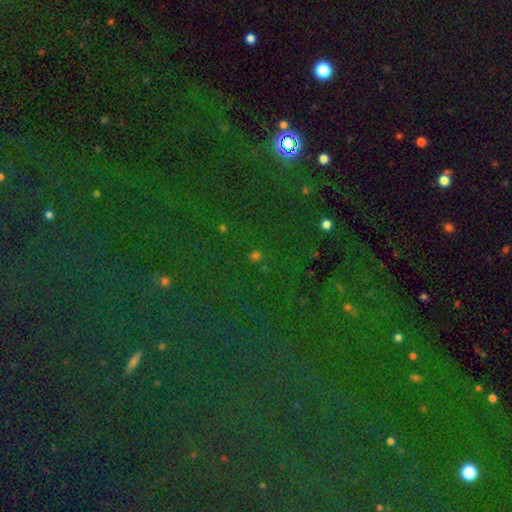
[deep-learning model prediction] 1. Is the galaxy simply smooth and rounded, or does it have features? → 59% star or artifact, 33% smooth, 8% featured or disk.